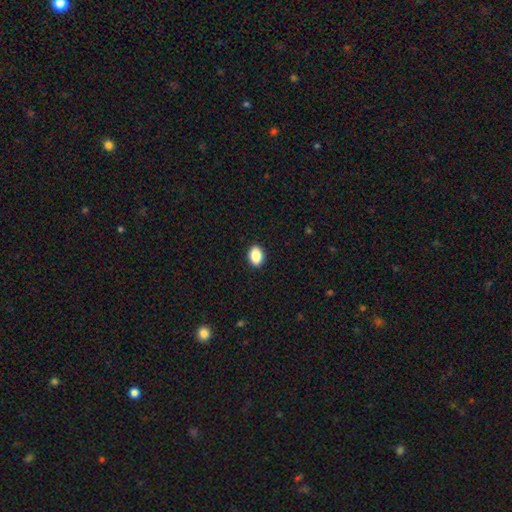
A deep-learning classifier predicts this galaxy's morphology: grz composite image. It shows a smooth galaxy with no disk features (88%) that is in between round and cigar-shaped (80%). Merging: none (91%).